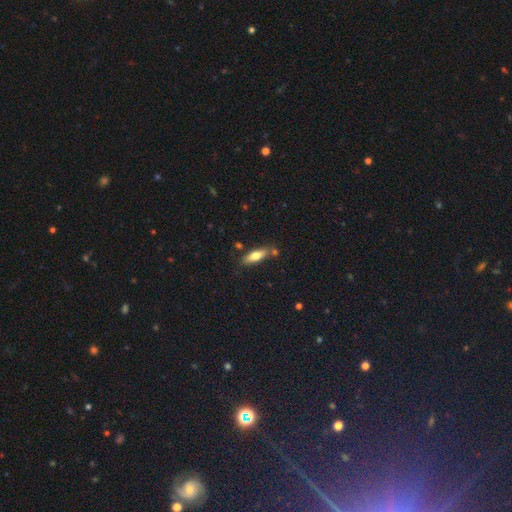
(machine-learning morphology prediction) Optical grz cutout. It shows a smooth galaxy with no disk features (65%) that is cigar-shaped (50%). Merging: none (76%).